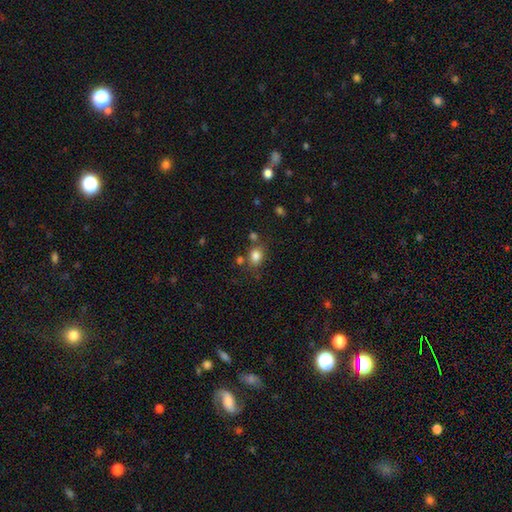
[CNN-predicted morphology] Overall: smooth (82%). How rounded: in between (52%; round 47%). Merging: none (69%).